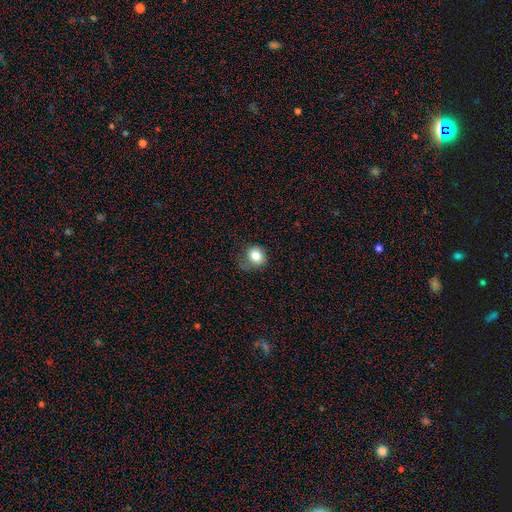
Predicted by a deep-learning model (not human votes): Overall: smooth (81%). How rounded: round (75%). Merging: none (62%; minor disturbance 26%).